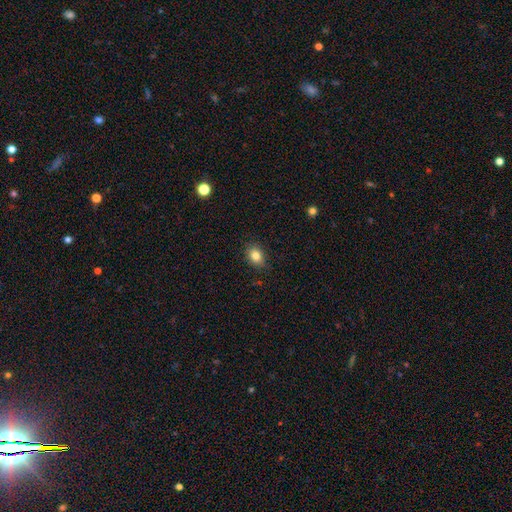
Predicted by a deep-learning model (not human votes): Q: Smooth or featured?
A: smooth (83%); runner-up: star or artifact (10%)
Q: How rounded?
A: in between (65%); runner-up: round (34%)
Q: Merging?
A: none (85%); runner-up: minor disturbance (11%)